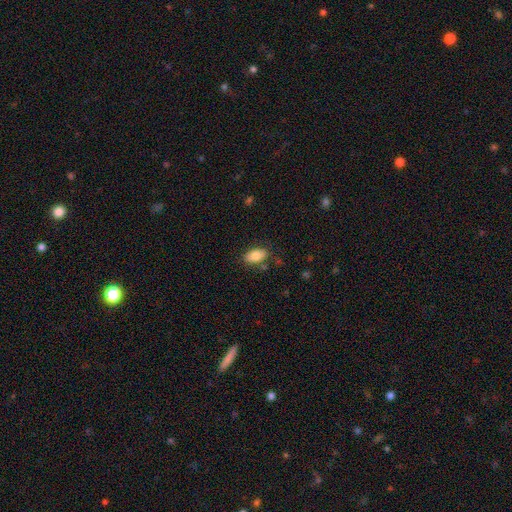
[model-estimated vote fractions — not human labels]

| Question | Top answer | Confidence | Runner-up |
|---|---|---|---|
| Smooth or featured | smooth | 84% | featured or disk (9%) |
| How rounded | in between | 92% | round (5%) |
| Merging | none | 78% | minor disturbance (15%) |